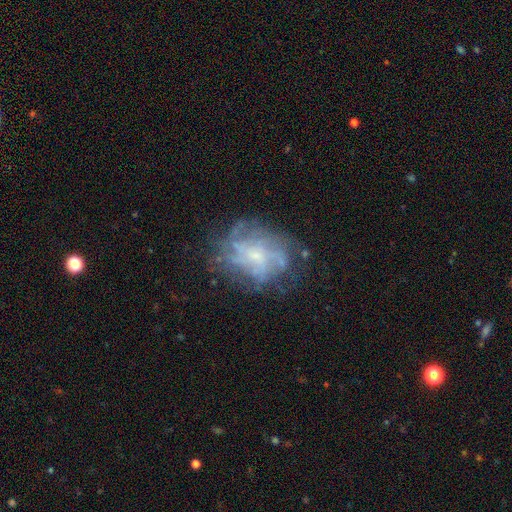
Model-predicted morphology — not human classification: Overall: featured or disk (73%). Edge-on disk: no (97%). Bar: no (69%). Spiral arms: yes (76%). Spiral arm count: can't tell (44%; 4 19%). Spiral winding: medium (38%; tight 37%). Bulge size: small (65%). Merging: none (65%).